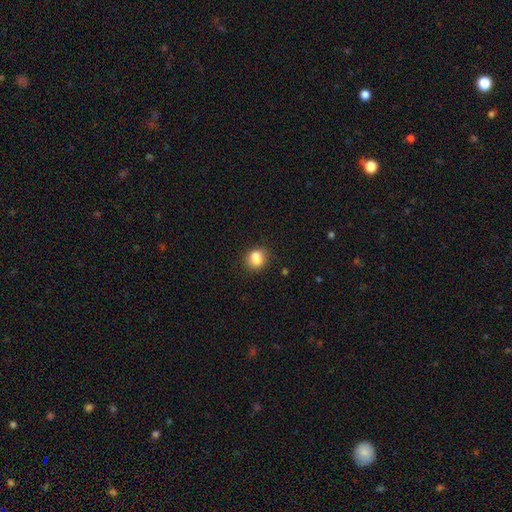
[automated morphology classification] Smooth or featured? Predicted: smooth (p=0.83). How rounded? Predicted: round (p=0.59). Merging? Predicted: none (p=0.69).